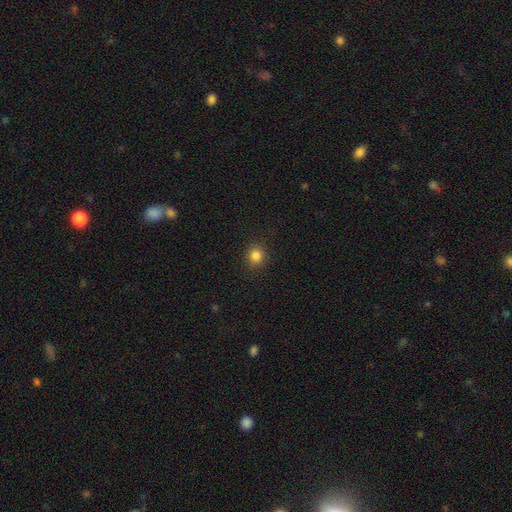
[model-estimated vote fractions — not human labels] Smooth or featured? Predicted: smooth (p=0.84). How rounded? Predicted: round (p=0.86). Merging? Predicted: none (p=0.90).